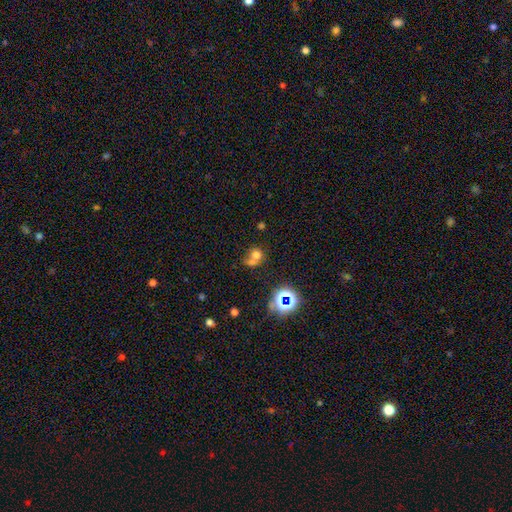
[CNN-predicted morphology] Smooth or featured?
  - smooth: 63% *
  - star or artifact: 22%
  - featured or disk: 15%
How rounded?
  - round: 79% *
  - in between: 20%
  - cigar-shaped: 1%
Merging?
  - merger: 46% *
  - none: 39%
  - minor disturbance: 9%
  - major disturbance: 6%